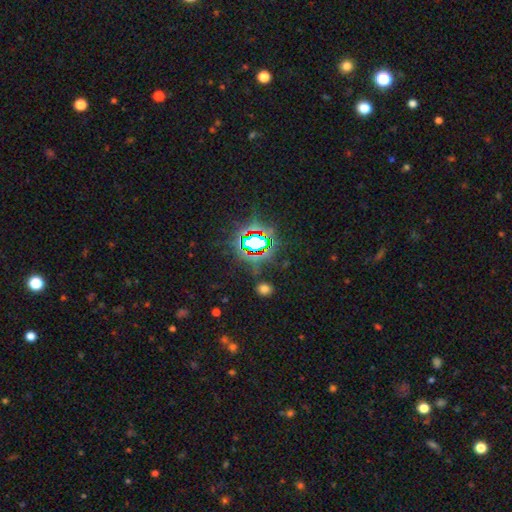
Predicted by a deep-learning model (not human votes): This appears to be a star or artifact, not a galaxy (76%).